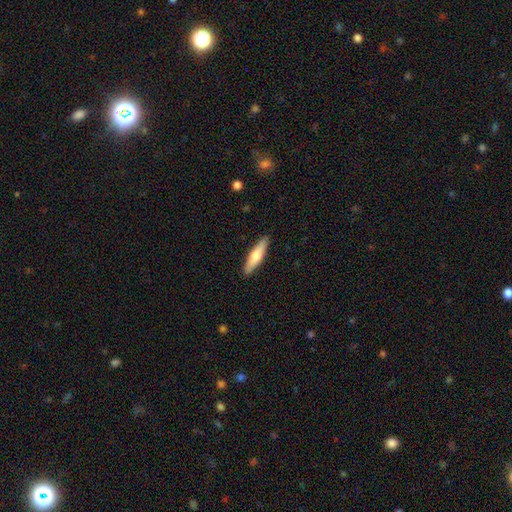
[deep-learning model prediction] smooth 62%, featured or disk 33%, star or artifact 5%. Down the decision tree: how rounded — cigar-shaped (77%); merging — none (90%).